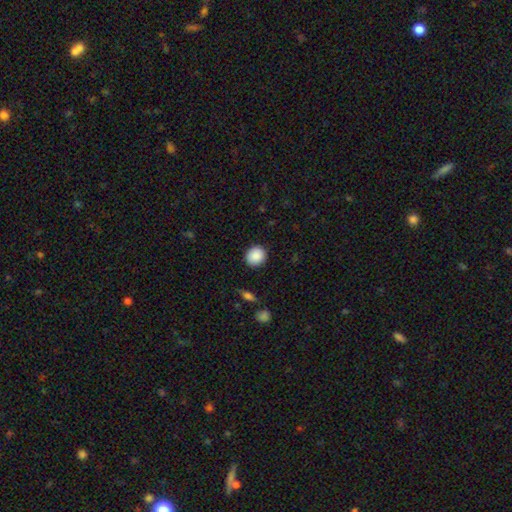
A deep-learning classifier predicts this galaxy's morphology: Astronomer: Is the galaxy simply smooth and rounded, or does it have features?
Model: smooth — 89%.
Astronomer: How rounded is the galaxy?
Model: round — 86%.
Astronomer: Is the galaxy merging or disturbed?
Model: none — 89%.